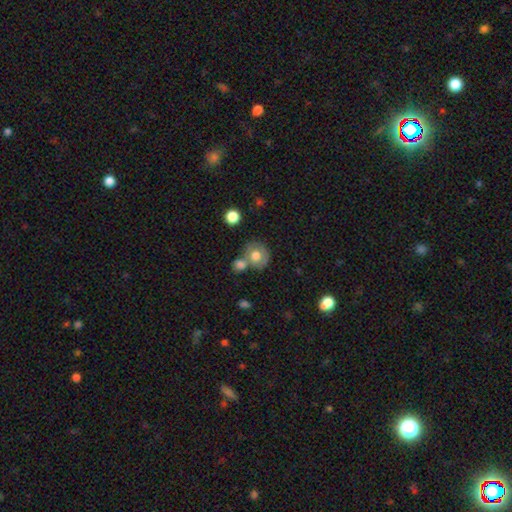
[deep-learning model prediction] Overall: smooth (68%). How rounded: round (77%). Merging: none (48%; merger 34%).